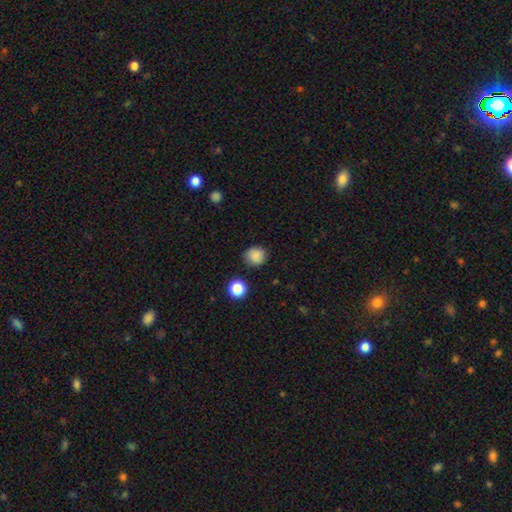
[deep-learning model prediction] The model was most divided on "merging": none: 83%, minor disturbance: 12%, major disturbance: 3%, merger: 2%. More confident: how rounded — round (88%); smooth or featured — smooth (84%).